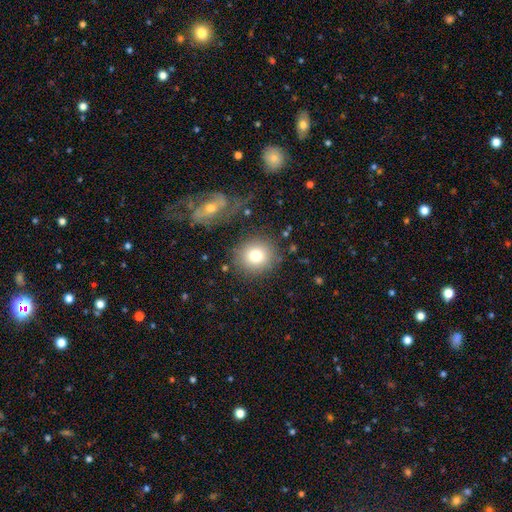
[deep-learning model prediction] Smooth or featured? smooth (80%)
How rounded? round (84%)
Merging? none (80%)